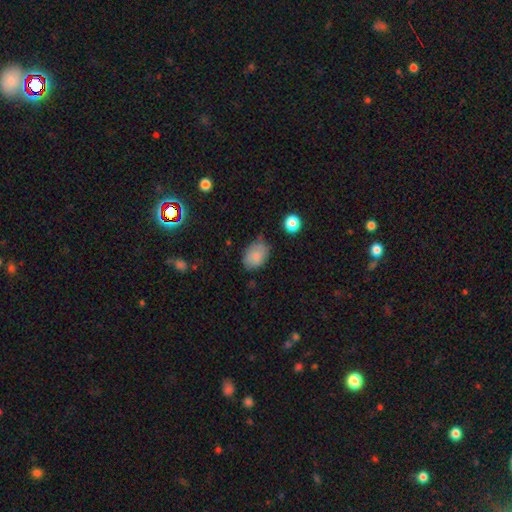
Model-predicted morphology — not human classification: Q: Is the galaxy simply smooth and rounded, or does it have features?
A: smooth — 81%.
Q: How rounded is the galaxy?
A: in between — 79%.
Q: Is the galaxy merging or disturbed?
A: none — 62%.